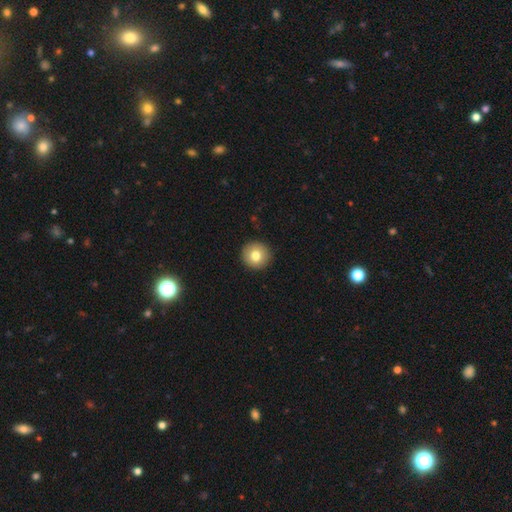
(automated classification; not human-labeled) This appears to be a smooth galaxy with no disk features (79%) that is round (95%). Merging: none (93%).